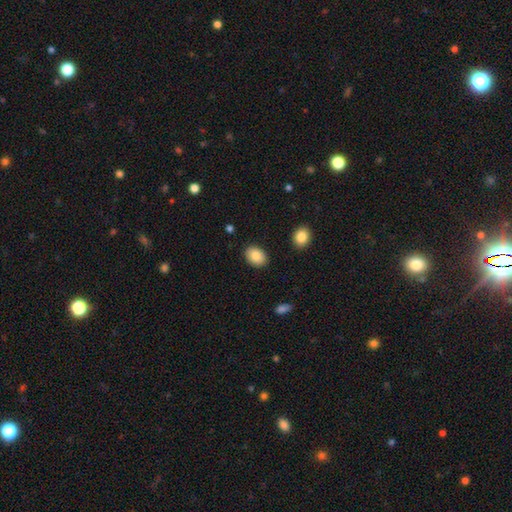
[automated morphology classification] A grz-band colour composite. It shows a smooth galaxy with no disk features (85%) that is in between round and cigar-shaped (77%). Merging: none (88%).